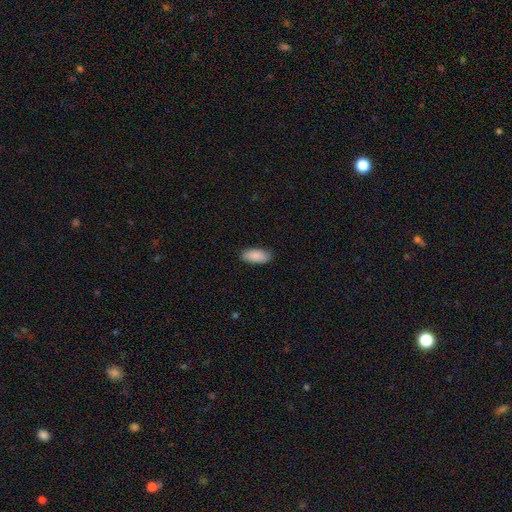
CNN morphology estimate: The model was most divided on "merging": none: 86%, minor disturbance: 11%, major disturbance: 2%, merger: 1%. More confident: how rounded — in between (89%); smooth or featured — smooth (89%).